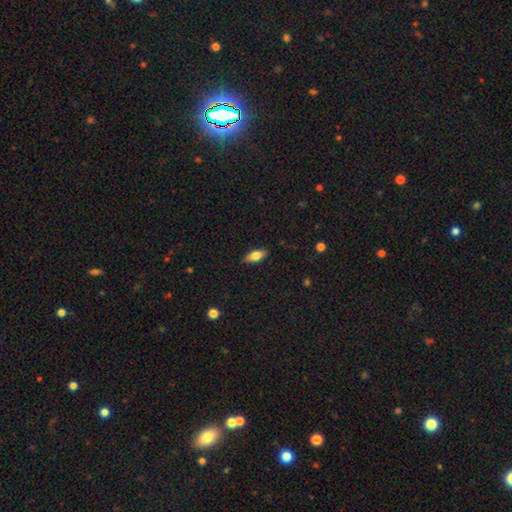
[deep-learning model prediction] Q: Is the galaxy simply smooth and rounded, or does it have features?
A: smooth — 71%.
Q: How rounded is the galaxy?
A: in between — 79%.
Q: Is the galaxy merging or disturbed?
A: none — 87%.